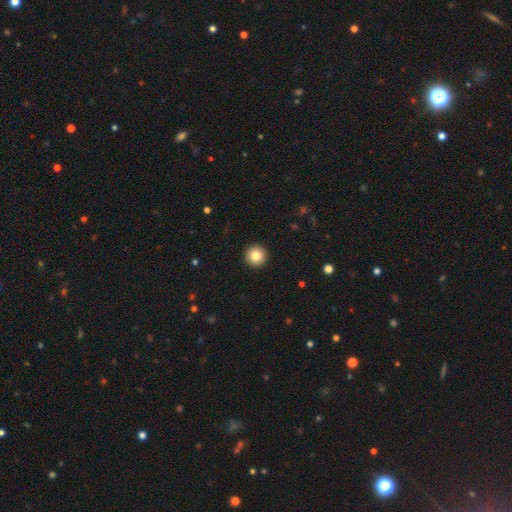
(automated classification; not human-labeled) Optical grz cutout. It shows a smooth galaxy with no disk features (83%) that is round (97%). Merging: none (94%).